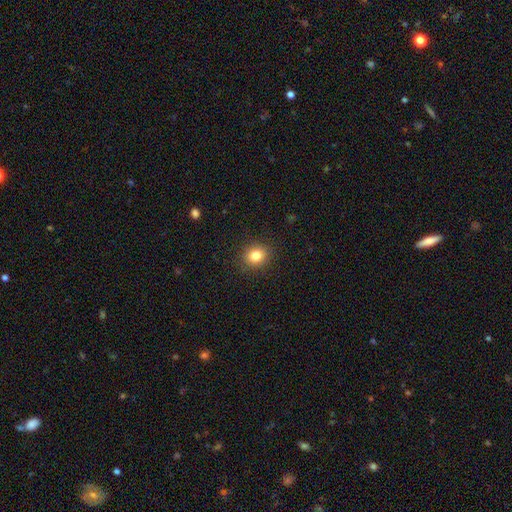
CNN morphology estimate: The model was most divided on "how rounded": round: 74%, in between: 25%, cigar-shaped: 1%. More confident: merging — none (90%); smooth or featured — smooth (82%).